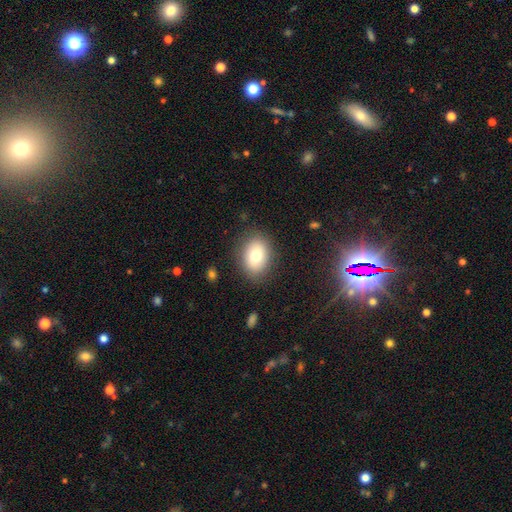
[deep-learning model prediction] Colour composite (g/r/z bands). It shows a smooth galaxy with no disk features (77%) that is in between round and cigar-shaped (70%). Merging: none (84%).